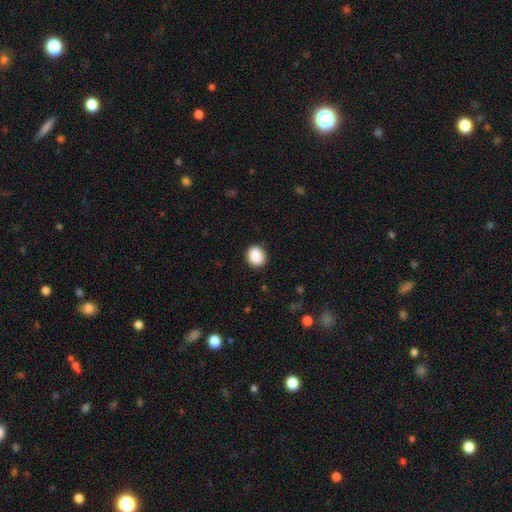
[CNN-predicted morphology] This appears to be a smooth galaxy with no disk features (89%) that is round (70%). Merging: none (89%).